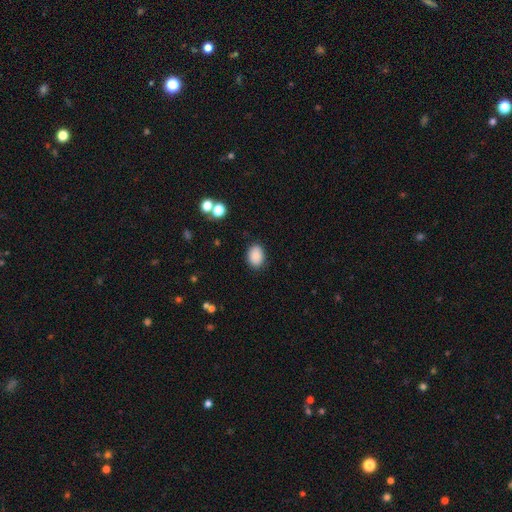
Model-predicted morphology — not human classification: Overall: smooth (87%). How rounded: in between (74%). Merging: none (87%).